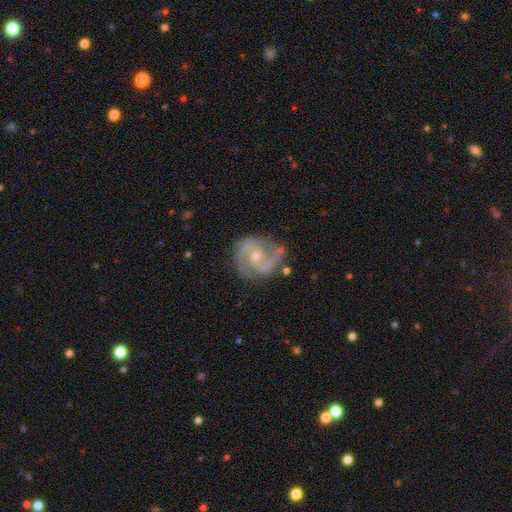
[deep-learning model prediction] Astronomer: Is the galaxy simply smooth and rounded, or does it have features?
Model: featured or disk — 86%.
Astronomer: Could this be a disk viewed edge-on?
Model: no — 98%.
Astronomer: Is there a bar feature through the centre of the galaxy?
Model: no — 51% (runner-up: weak, 39%).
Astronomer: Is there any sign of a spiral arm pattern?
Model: yes — 96%.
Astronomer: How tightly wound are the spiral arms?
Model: medium — 53% (runner-up: tight, 32%).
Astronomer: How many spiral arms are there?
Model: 2 — 81%.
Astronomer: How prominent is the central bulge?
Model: moderate — 48%, tied with small at 48%.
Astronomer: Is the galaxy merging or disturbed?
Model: none — 73%.